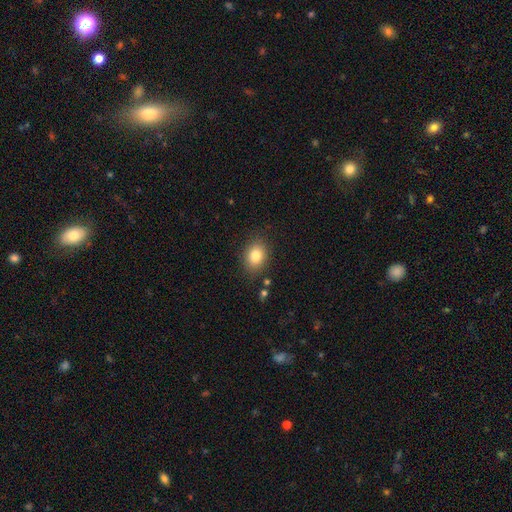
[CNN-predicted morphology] smooth-or-featured: smooth: 83% | star or artifact: 10% | featured or disk: 8%
  how-rounded: in between: 60% | round: 39% | cigar-shaped: 1%
  merging: none: 85% | minor disturbance: 11% | major disturbance: 3% | merger: 2%